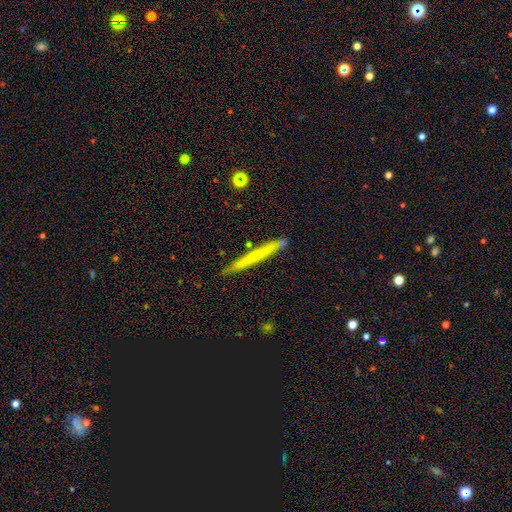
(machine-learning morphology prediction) Q: Smooth or featured?
A: featured or disk (50%); runner-up: smooth (43%)
Q: Edge-on disk?
A: yes (95%); runner-up: no (5%)
Q: Merging?
A: none (83%); runner-up: minor disturbance (12%)